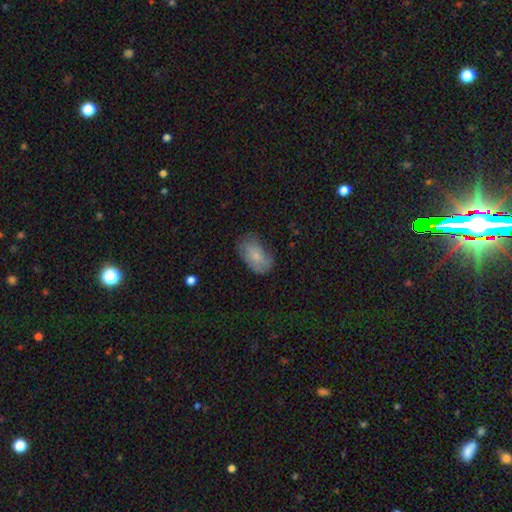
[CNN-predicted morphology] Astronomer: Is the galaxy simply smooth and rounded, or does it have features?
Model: smooth — 77%.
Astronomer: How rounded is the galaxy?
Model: in between — 92%.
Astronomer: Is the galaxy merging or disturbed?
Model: none — 59%.